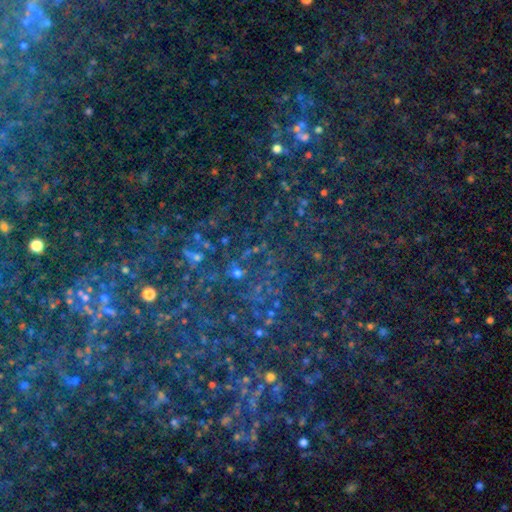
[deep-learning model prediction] Smooth or featured? Predicted: star or artifact (p=0.82).